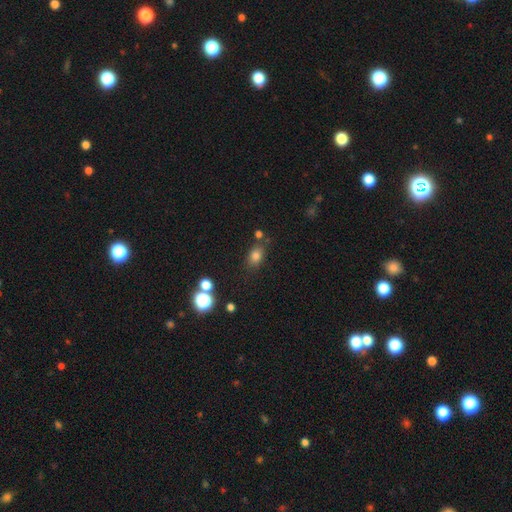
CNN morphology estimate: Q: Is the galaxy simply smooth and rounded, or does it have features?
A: smooth — 77%.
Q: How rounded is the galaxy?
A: in between — 72%.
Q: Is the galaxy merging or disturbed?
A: none — 73%.